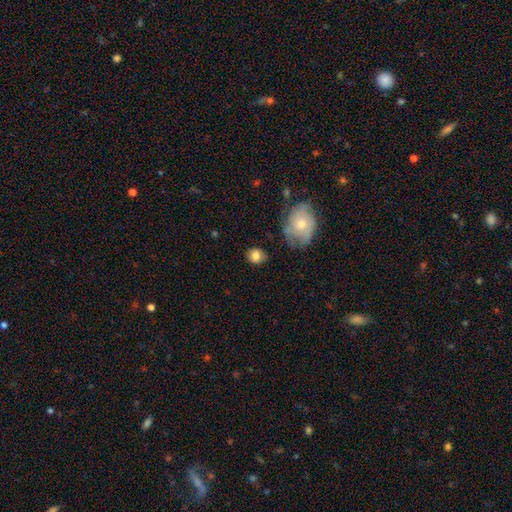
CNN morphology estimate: Q: Smooth or featured?
A: smooth (81%); runner-up: featured or disk (11%)
Q: How rounded?
A: round (71%); runner-up: in between (28%)
Q: Merging?
A: none (75%); runner-up: minor disturbance (16%)